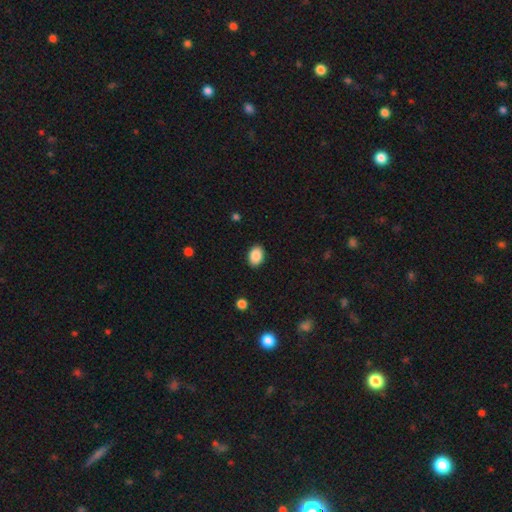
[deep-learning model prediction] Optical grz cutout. It shows a smooth galaxy with no disk features (89%) that is in between round and cigar-shaped (77%). Merging: none (89%).